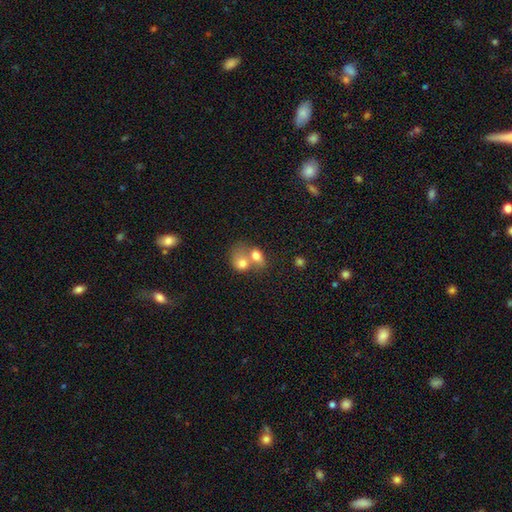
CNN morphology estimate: smooth-or-featured: smooth: 73% | featured or disk: 18% | star or artifact: 9%
  how-rounded: in between: 57% | round: 42% | cigar-shaped: 1%
  merging: merger: 75% | none: 15% | minor disturbance: 6% | major disturbance: 5%